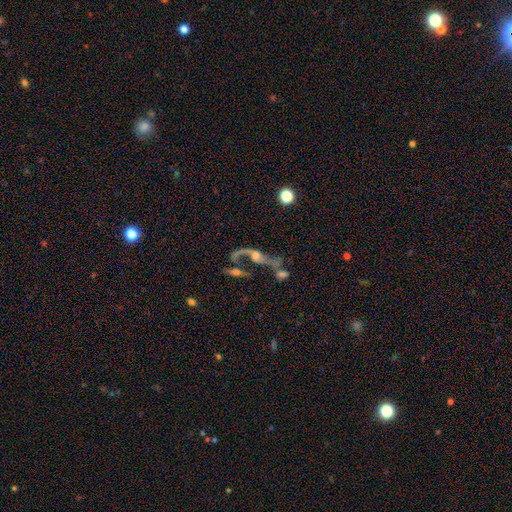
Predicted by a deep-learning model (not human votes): Smooth or featured?
  - featured or disk: 72% *
  - smooth: 16%
  - star or artifact: 12%
Edge-on disk?
  - no: 85% *
  - yes: 15%
Bar?
  - no: 64% *
  - weak: 27%
  - strong: 9%
Spiral arms?
  - yes: 77% *
  - no: 23%
Bulge size?
  - moderate: 42% *
  - small: 30%
  - none: 15%
  - large: 10%
  - dominant: 3%
Merging?
  - merger: 44% *
  - none: 24%
  - major disturbance: 21%
  - minor disturbance: 11%